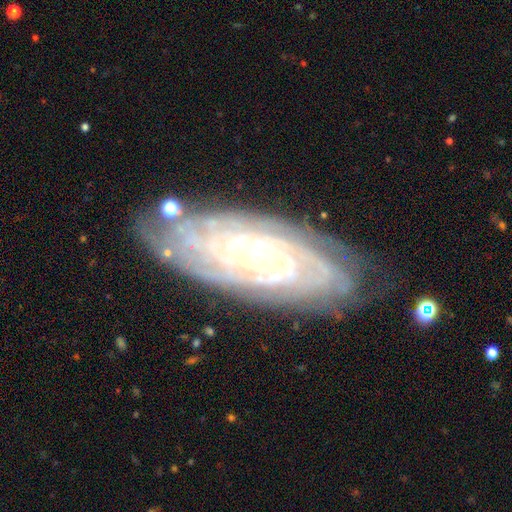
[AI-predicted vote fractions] Smooth or featured?
  - featured or disk: 88% *
  - smooth: 6%
  - star or artifact: 6%
Edge-on disk?
  - no: 93% *
  - yes: 7%
Bar?
  - no: 78% *
  - weak: 15%
  - strong: 7%
Spiral arms?
  - yes: 98% *
  - no: 2%
Spiral winding?
  - tight: 86% *
  - medium: 12%
  - loose: 2%
Spiral arm count?
  - can't tell: 26% *
  - 4: 24%
  - more than 4: 22%
  - 3: 13%
  - 2: 9%
  - 1: 6%
Bulge size?
  - small: 79% *
  - moderate: 17%
  - large: 1%
  - none: 1%
  - dominant: 1%
Merging?
  - none: 79% *
  - minor disturbance: 15%
  - major disturbance: 4%
  - merger: 2%